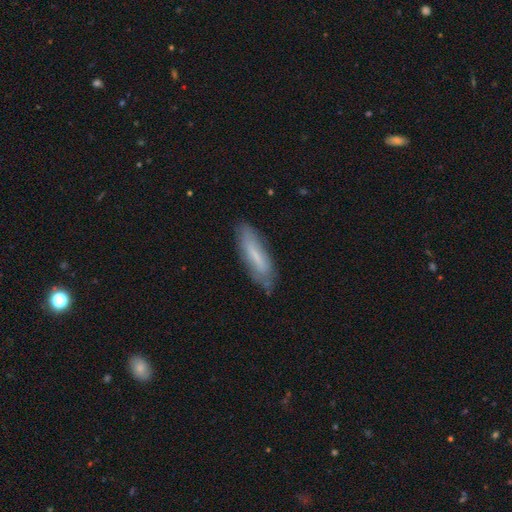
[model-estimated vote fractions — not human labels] A smooth galaxy with no disk features (58%) that is cigar-shaped (63%). Merging: none (73%).